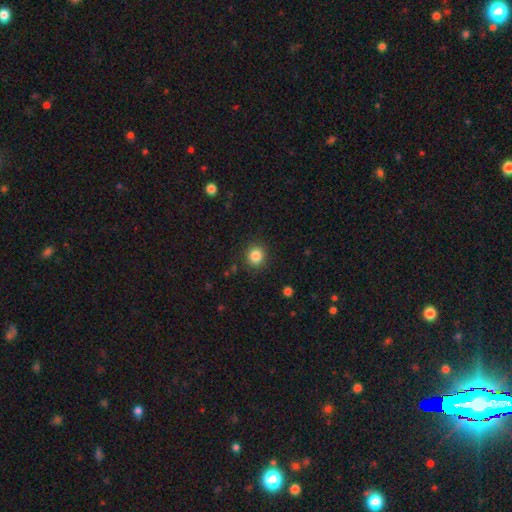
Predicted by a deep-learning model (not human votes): Smooth or featured?
  - smooth: 85% *
  - star or artifact: 10%
  - featured or disk: 5%
How rounded?
  - round: 85% *
  - in between: 14%
  - cigar-shaped: 1%
Merging?
  - none: 88% *
  - minor disturbance: 8%
  - major disturbance: 3%
  - merger: 1%